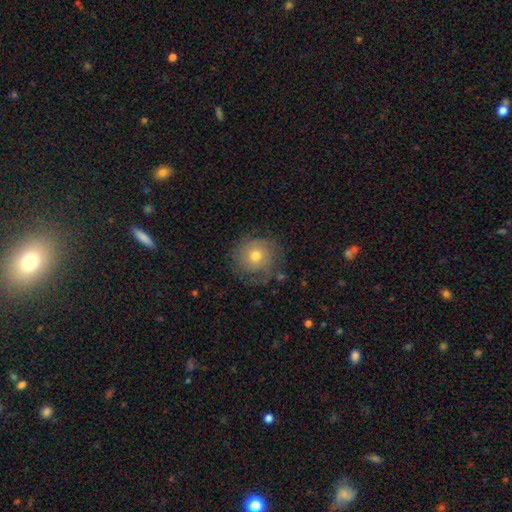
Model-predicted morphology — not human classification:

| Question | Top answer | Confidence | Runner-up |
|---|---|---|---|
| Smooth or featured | smooth | 56% | featured or disk (33%) |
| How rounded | round | 90% | in between (9%) |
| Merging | none | 69% | minor disturbance (20%) |